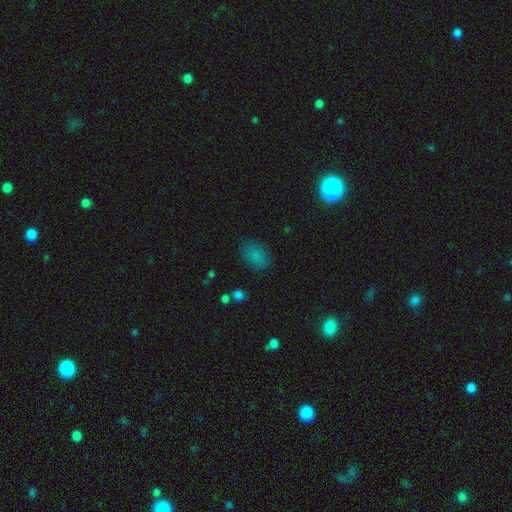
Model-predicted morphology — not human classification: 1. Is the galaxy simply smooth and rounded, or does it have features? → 80% smooth, 14% star or artifact, 6% featured or disk.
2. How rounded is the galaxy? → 80% in between, 19% round, 1% cigar-shaped.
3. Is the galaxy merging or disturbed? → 79% none, 15% minor disturbance, 4% major disturbance, 2% merger.